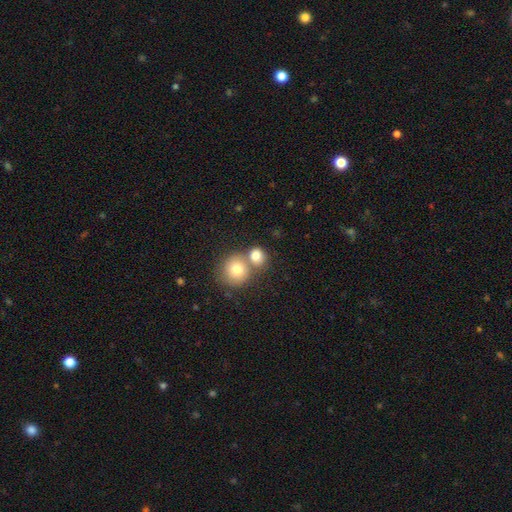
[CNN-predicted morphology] Smooth or featured?
  - smooth: 80% *
  - featured or disk: 10%
  - star or artifact: 10%
How rounded?
  - round: 74% *
  - in between: 25%
  - cigar-shaped: 1%
Merging?
  - merger: 46% *
  - none: 43%
  - minor disturbance: 8%
  - major disturbance: 3%